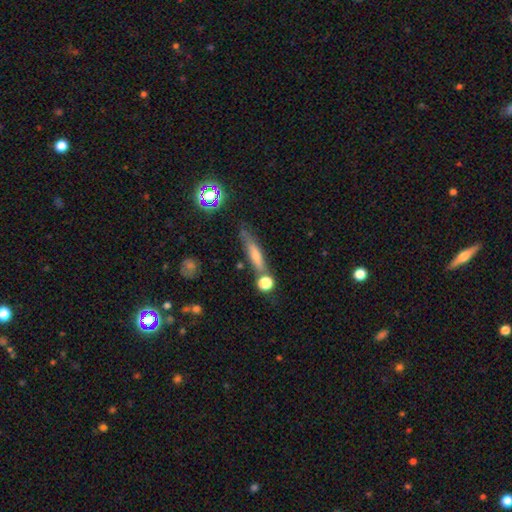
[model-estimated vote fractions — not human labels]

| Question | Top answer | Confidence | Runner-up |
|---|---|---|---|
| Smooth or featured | smooth | 50% | featured or disk (35%) |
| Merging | none | 68% | minor disturbance (16%) |